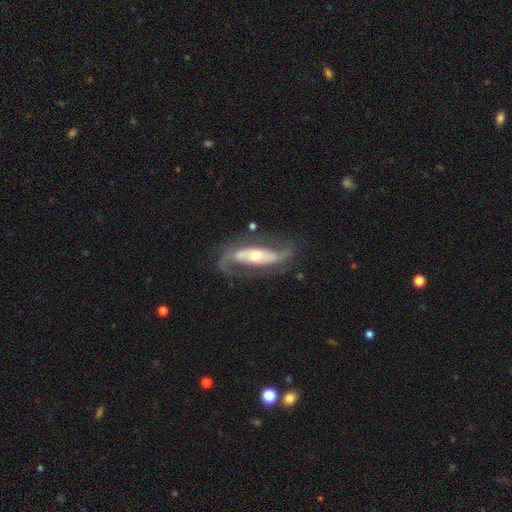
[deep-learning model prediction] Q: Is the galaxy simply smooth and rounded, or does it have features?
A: featured or disk — 87%.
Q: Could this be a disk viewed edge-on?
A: no — 88%.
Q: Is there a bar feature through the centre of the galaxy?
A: strong — 39%.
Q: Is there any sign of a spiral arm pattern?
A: yes — 93%.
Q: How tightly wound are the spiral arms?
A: loose — 48%.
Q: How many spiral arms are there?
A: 2 — 90%.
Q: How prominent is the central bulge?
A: moderate — 60%.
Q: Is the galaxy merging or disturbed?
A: none — 70%.